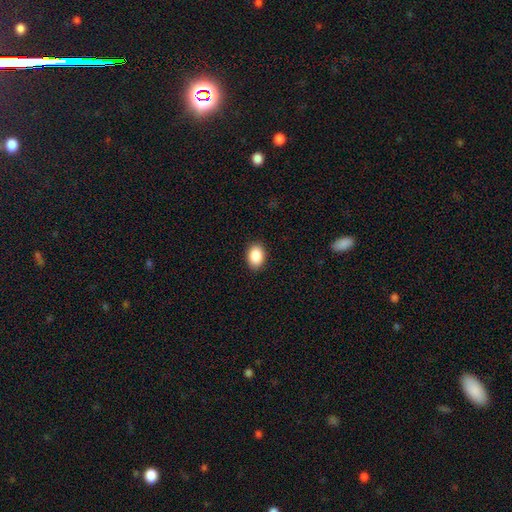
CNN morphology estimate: The model was most divided on "how rounded": in between: 81%, round: 18%, cigar-shaped: 1%. More confident: smooth or featured — smooth (89%); merging — none (89%).